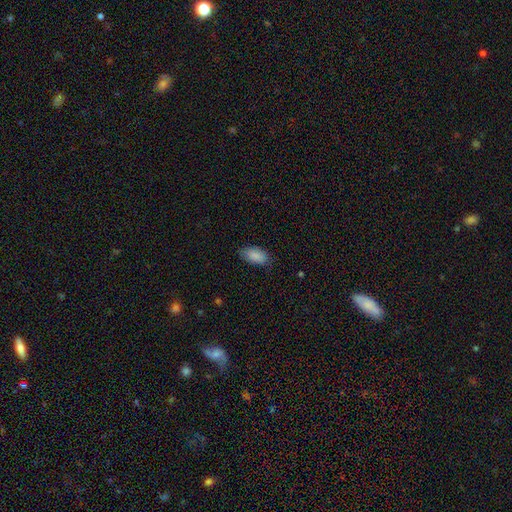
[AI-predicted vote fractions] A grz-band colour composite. It shows a smooth galaxy with no disk features (88%) that is in between round and cigar-shaped (93%). Merging: none (77%).